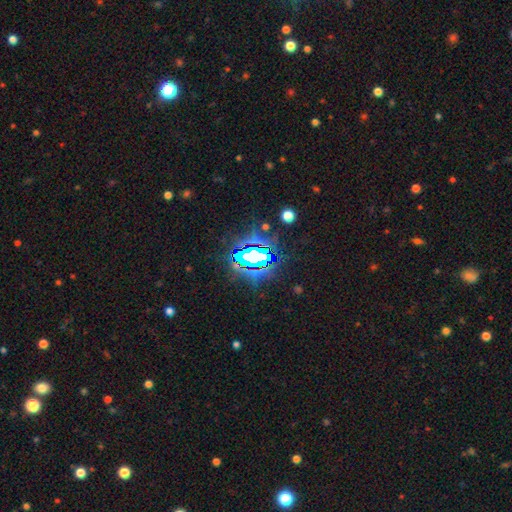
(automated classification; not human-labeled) This is likely a star or artifact rather than a galaxy (73%).